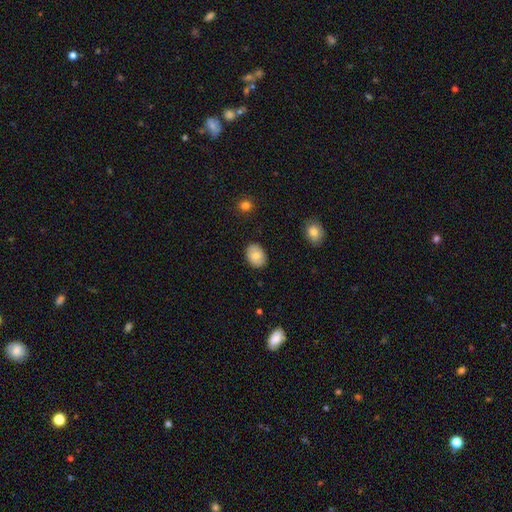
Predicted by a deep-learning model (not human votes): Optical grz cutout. It shows a smooth galaxy with no disk features (79%) that is in between round and cigar-shaped (71%). Merging: none (88%).